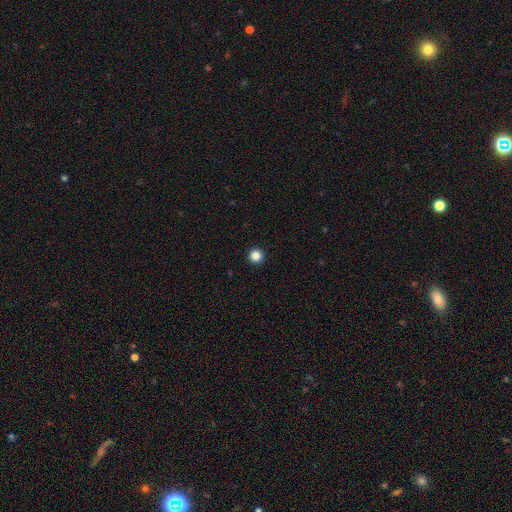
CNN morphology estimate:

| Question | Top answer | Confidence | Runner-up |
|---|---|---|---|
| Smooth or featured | smooth | 85% | star or artifact (12%) |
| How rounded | round | 97% | in between (2%) |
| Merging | none | 94% | minor disturbance (3%) |